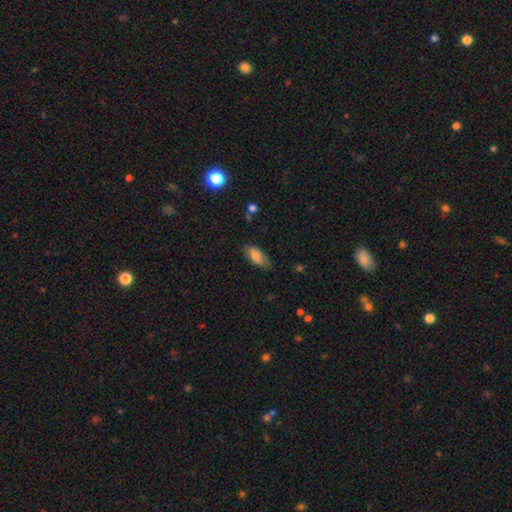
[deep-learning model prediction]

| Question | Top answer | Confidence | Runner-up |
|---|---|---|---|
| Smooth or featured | smooth | 74% | featured or disk (19%) |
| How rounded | in between | 86% | cigar-shaped (12%) |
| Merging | none | 74% | minor disturbance (20%) |